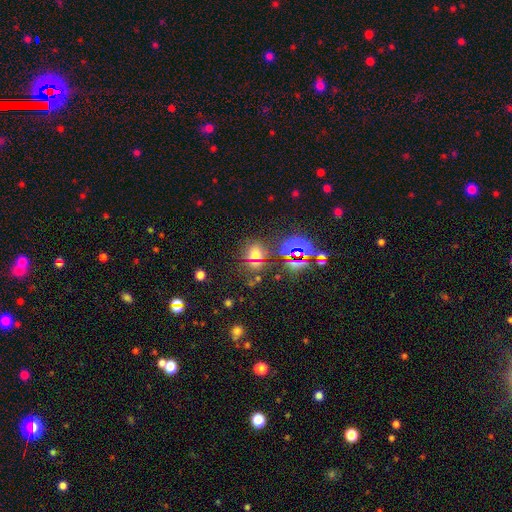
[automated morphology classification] star or artifact 50%, smooth 41%, featured or disk 9%.